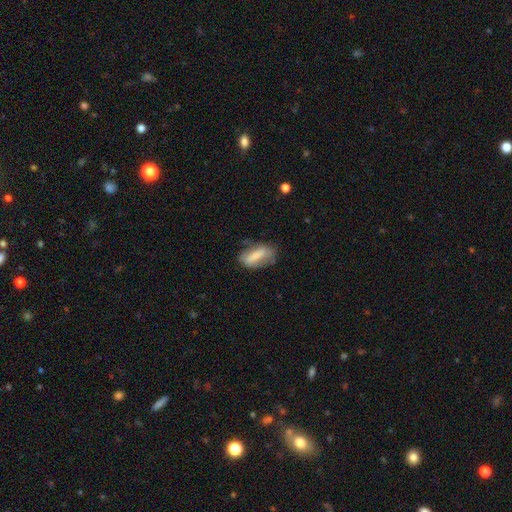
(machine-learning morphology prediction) type=smooth (62%); roundness=in between (77%); merging=none (61%).